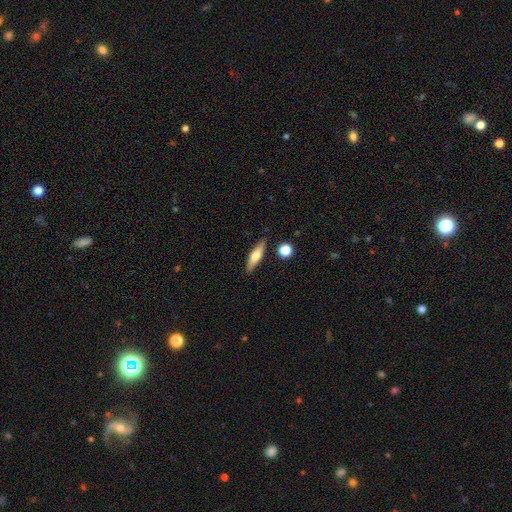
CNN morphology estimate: This appears to be a smooth galaxy with no disk features (55%) that is cigar-shaped (64%). Merging: none (84%).